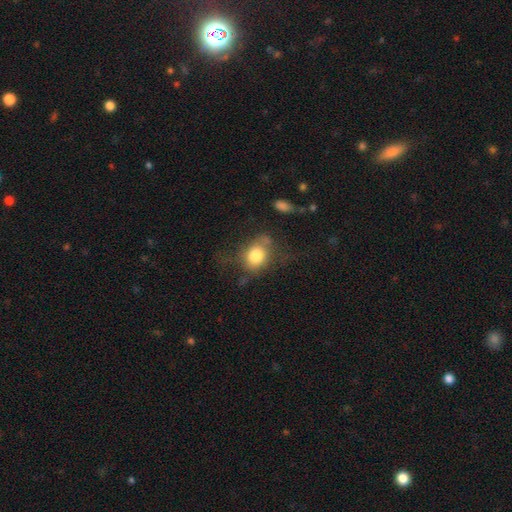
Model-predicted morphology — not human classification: This appears to be a smooth galaxy with no disk features (76%) that is round (50%). Merging: none (52%).